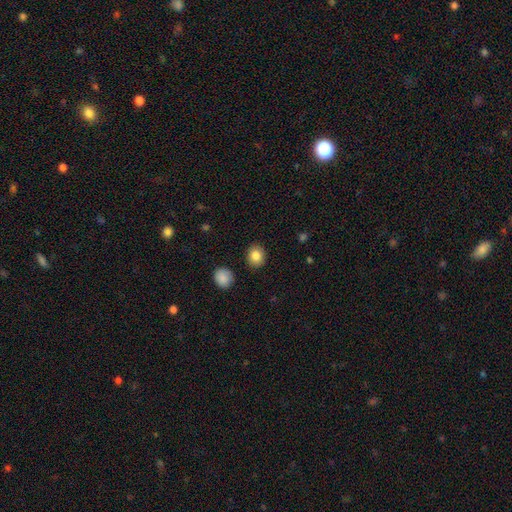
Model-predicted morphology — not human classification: A smooth galaxy with no disk features (85%) that is round (62%). Merging: none (89%).